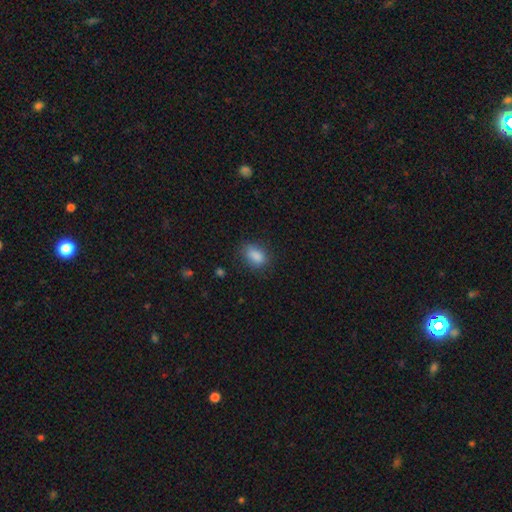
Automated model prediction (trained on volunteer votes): A smooth galaxy with no disk features (86%) that is in between round and cigar-shaped (84%). Merging: none (76%).